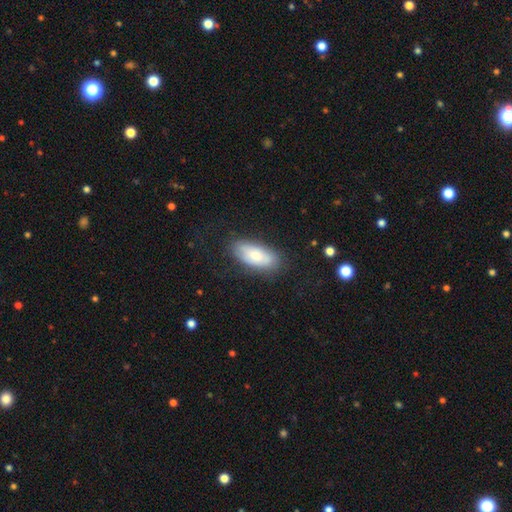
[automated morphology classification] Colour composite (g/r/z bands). It shows a smooth galaxy with no disk features (73%) that is in between round and cigar-shaped (87%). Merging: none (77%).